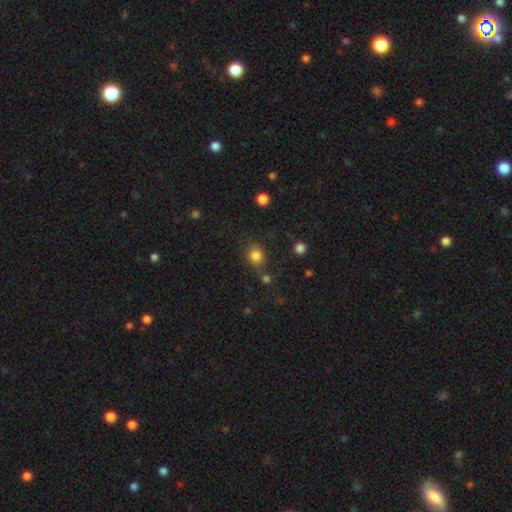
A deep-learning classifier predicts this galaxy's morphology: Smooth or featured? Predicted: smooth (p=0.82). How rounded? Predicted: round (p=0.69). Merging? Predicted: none (p=0.72).